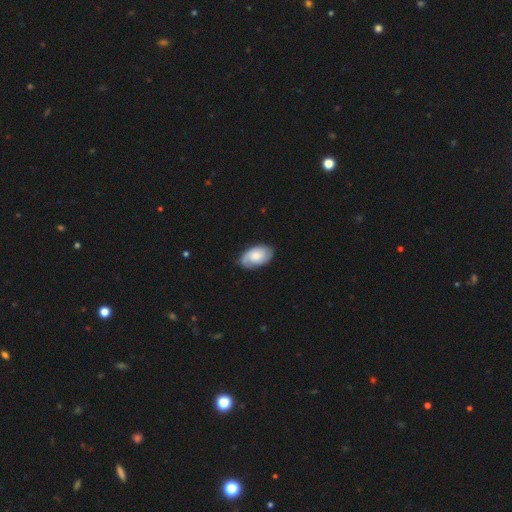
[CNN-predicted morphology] A featured or disk galaxy (49%). Merging: none (75%).